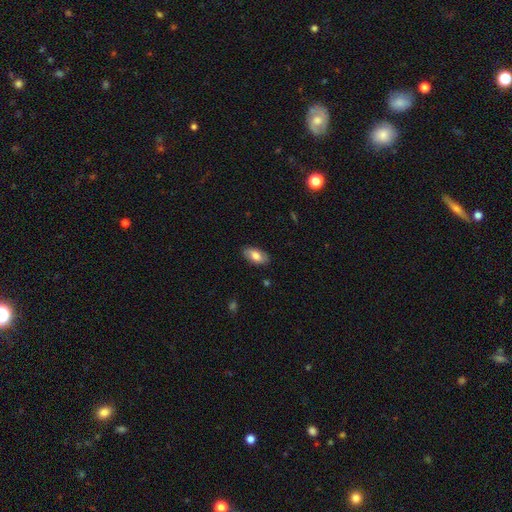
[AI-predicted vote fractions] This appears to be a smooth galaxy with no disk features (74%) that is in between round and cigar-shaped (93%). Merging: none (85%).